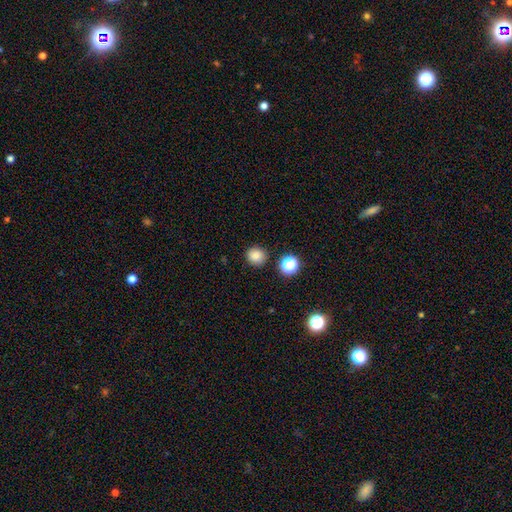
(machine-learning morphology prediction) Smooth or featured: smooth — 83% (star or artifact — 13%)
How rounded: round — 90% (in between — 9%)
Merging: none — 88% (minor disturbance — 7%)